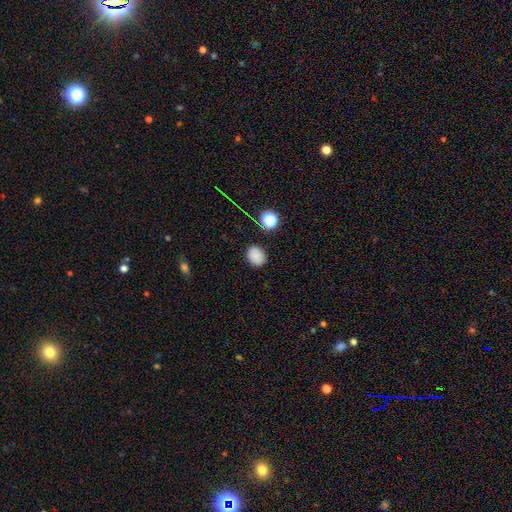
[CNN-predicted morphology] This is clearly a smooth galaxy (81%). How rounded: likely round (61%). Merging: clearly none (85%).